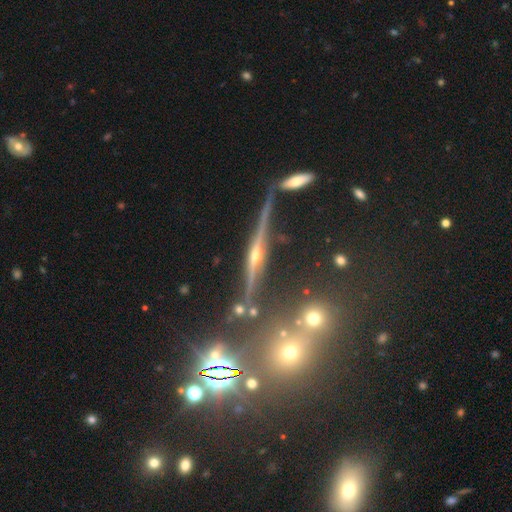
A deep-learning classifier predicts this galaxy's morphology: type=featured or disk (71%); edge-on=yes (93%); edge-on bulge=rounded (90%); merging=none (77%).